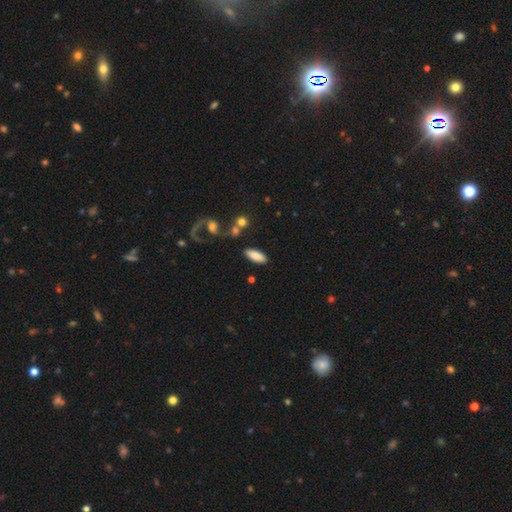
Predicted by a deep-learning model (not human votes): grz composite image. It shows a smooth galaxy with no disk features (81%) that is in between round and cigar-shaped (78%). Merging: none (81%).